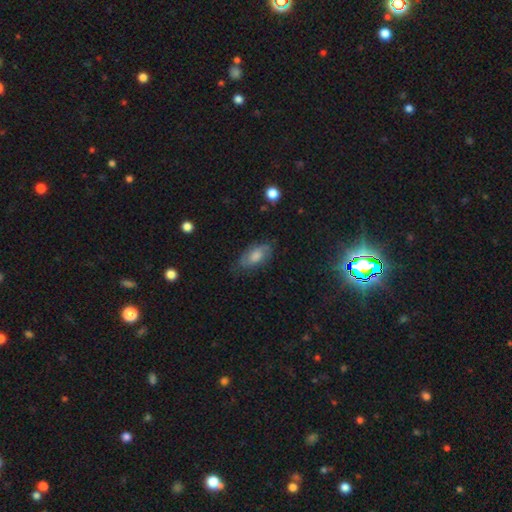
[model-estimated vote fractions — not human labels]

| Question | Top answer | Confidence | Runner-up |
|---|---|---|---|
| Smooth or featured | featured or disk | 49% | smooth (36%) |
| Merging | none | 76% | minor disturbance (17%) |